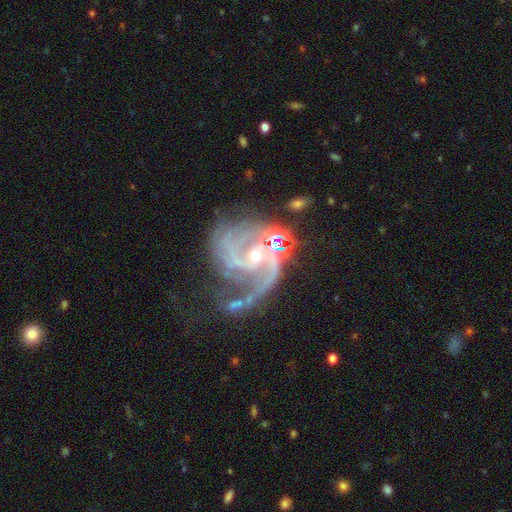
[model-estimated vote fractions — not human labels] Smooth or featured: featured or disk — 86% (star or artifact — 9%)
Edge-on disk: no — 98% (yes — 2%)
Bar: no — 50% (weak — 36%)
Spiral arms: yes — 97% (no — 3%)
Spiral winding: medium — 51% (tight — 26%)
Spiral arm count: 2 — 58% (3 — 16%)
Bulge size: small — 58% (moderate — 34%)
Merging: none — 38% (major disturbance — 27%)